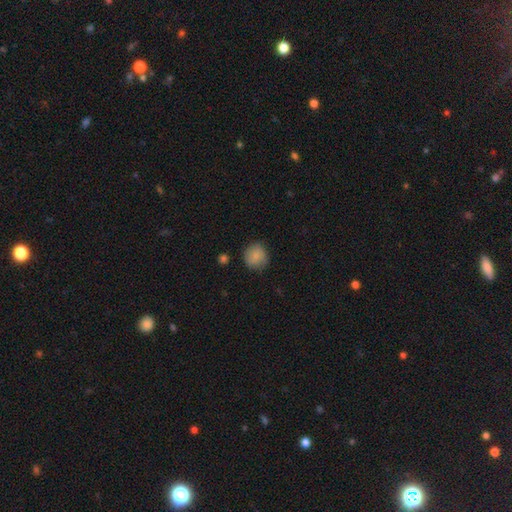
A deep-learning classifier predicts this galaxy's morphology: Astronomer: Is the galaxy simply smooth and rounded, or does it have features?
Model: smooth — 84%.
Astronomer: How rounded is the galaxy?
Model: round — 89%.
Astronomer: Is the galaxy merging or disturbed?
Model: none — 79%.